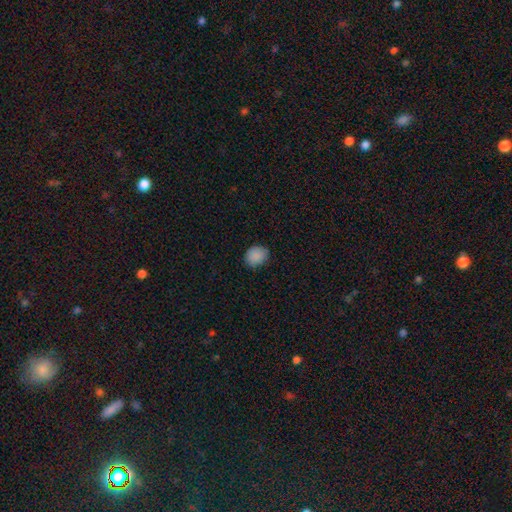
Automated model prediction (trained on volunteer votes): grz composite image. It shows a smooth galaxy with no disk features (88%) that is round (65%). Merging: none (83%).